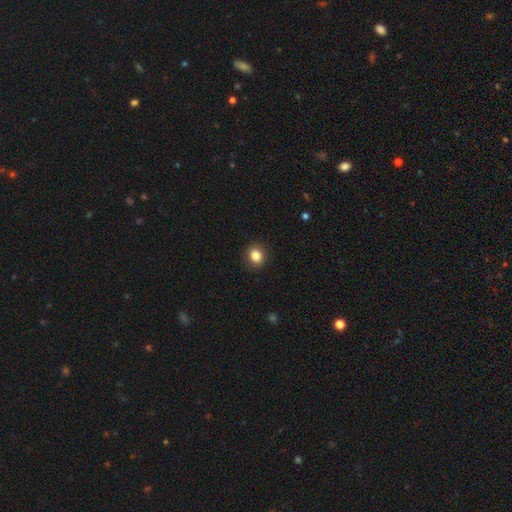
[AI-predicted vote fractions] Smooth or featured: smooth — 85% (star or artifact — 10%)
How rounded: round — 67% (in between — 32%)
Merging: none — 89% (minor disturbance — 7%)